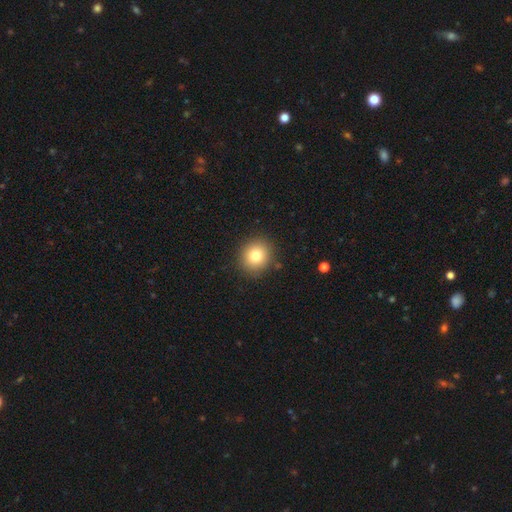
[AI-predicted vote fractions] Smooth or featured: smooth — 79% (star or artifact — 11%)
How rounded: round — 83% (in between — 16%)
Merging: none — 88% (minor disturbance — 8%)